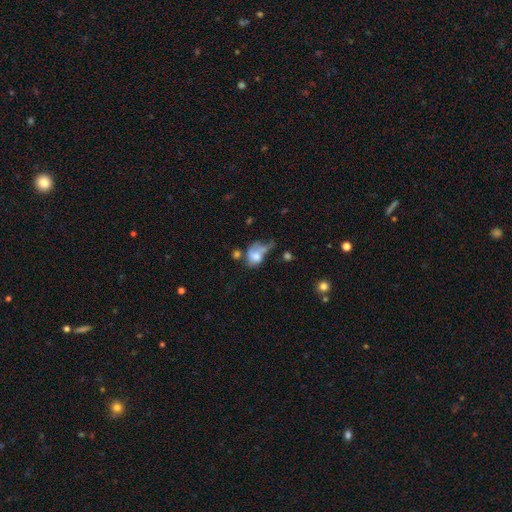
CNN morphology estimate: Smooth or featured: smooth — 57% (featured or disk — 32%)
How rounded: in between — 68% (round — 30%)
Merging: major disturbance — 36% (merger — 28%)